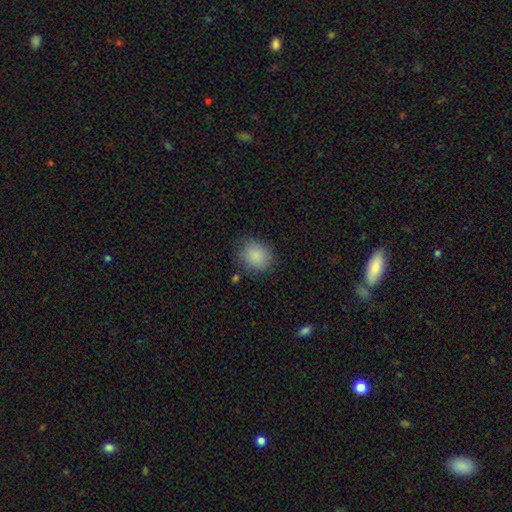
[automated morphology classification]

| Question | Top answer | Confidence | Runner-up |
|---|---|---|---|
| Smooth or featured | smooth | 87% | star or artifact (8%) |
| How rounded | round | 69% | in between (30%) |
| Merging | none | 76% | minor disturbance (17%) |